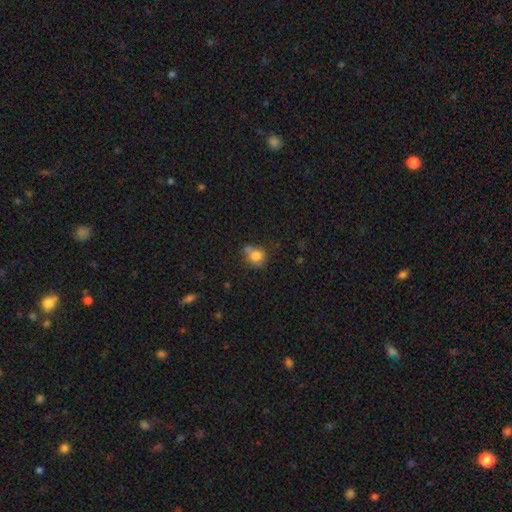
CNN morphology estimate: Q: Smooth or featured?
A: smooth (80%); runner-up: star or artifact (10%)
Q: How rounded?
A: round (69%); runner-up: in between (30%)
Q: Merging?
A: none (47%); runner-up: minor disturbance (24%)